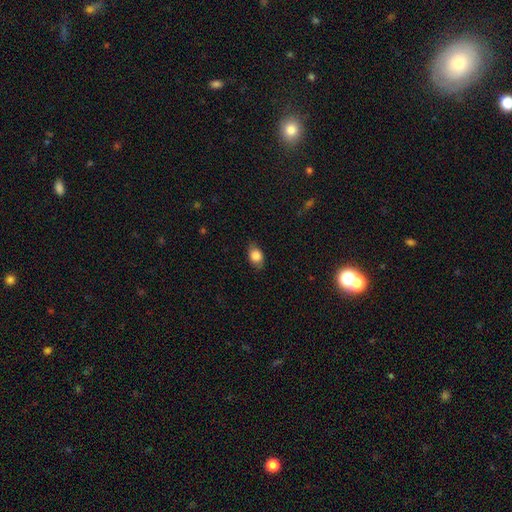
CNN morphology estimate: Overall: smooth (83%). How rounded: in between (79%). Merging: none (79%).